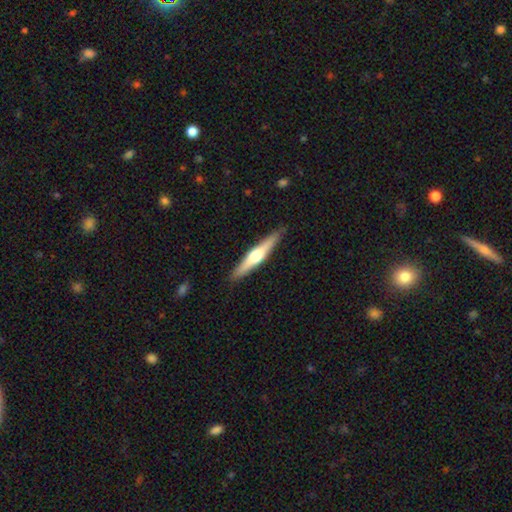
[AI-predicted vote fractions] Morphology: type=featured or disk (59%); edge-on=yes (96%); edge-on bulge=rounded (91%); merging=none (89%).